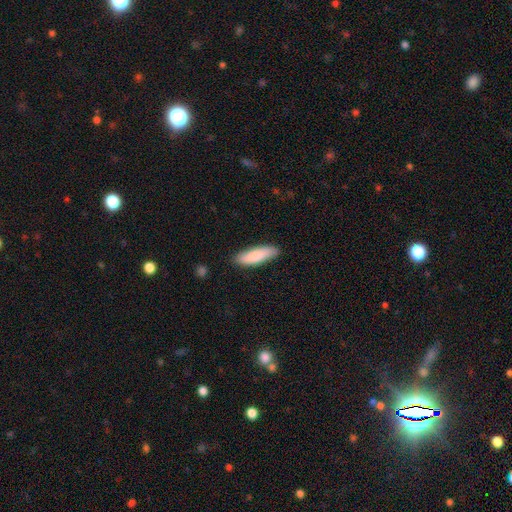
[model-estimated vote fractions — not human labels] A smooth galaxy with no disk features (86%) that is cigar-shaped (52%).

Vote fractions:
- Smooth or featured? smooth: 86% / featured or disk: 9% / star or artifact: 5%
- How rounded? cigar-shaped: 52% / in between: 46% / round: 2%
- Merging? none: 86% / minor disturbance: 11% / major disturbance: 2% / merger: 1%